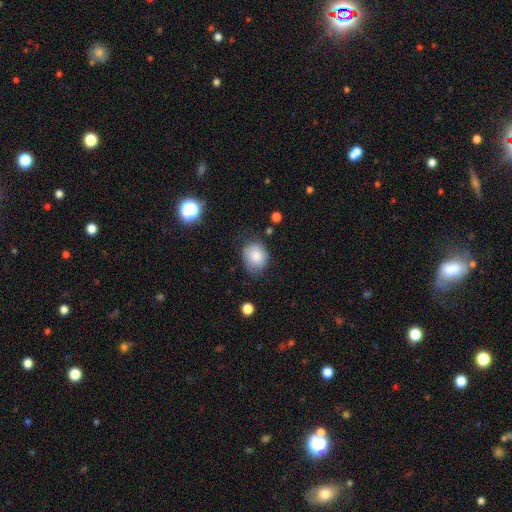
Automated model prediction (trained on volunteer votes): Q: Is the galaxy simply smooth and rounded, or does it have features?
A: smooth — 82%.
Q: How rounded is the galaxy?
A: round — 59%.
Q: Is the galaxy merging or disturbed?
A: none — 65%.